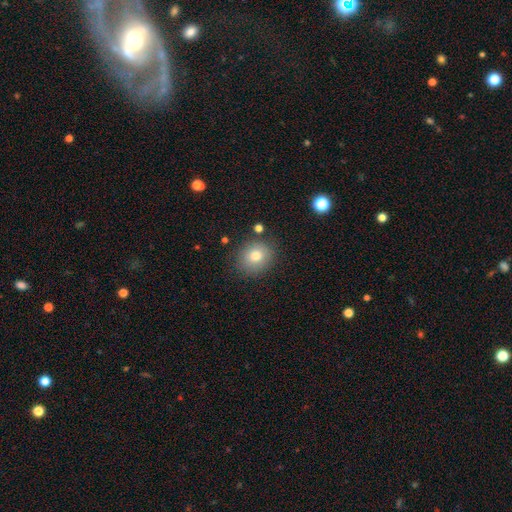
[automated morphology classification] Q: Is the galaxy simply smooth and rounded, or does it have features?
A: smooth — 78%.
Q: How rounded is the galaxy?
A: round — 74%.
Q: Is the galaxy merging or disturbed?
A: none — 83%.